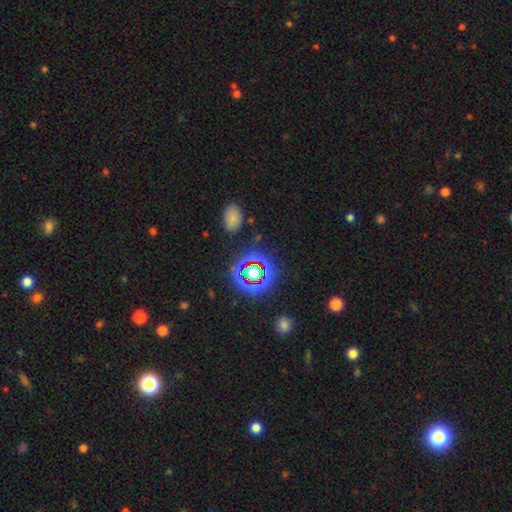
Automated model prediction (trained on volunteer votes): Smooth or featured? Predicted: star or artifact (p=0.75).